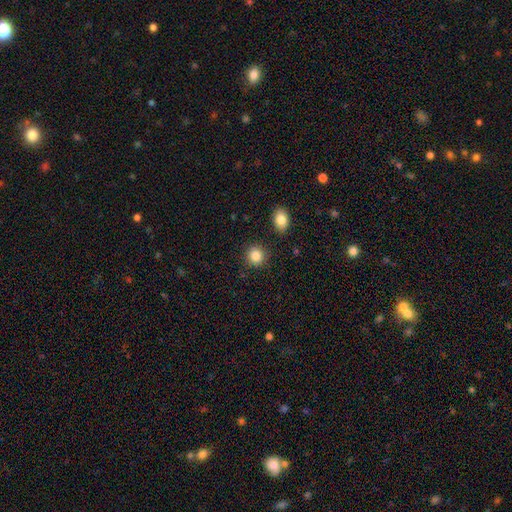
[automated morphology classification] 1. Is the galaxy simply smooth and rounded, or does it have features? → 86% smooth, 9% star or artifact, 5% featured or disk.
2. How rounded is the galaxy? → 86% round, 13% in between, 1% cigar-shaped.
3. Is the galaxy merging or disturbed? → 87% none, 7% minor disturbance, 3% merger, 2% major disturbance.